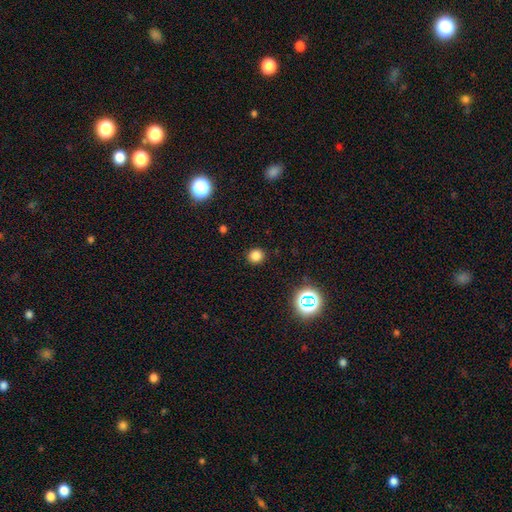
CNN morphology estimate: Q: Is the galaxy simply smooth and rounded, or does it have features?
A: smooth — 80%.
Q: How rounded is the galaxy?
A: round — 88%.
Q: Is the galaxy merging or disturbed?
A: none — 90%.